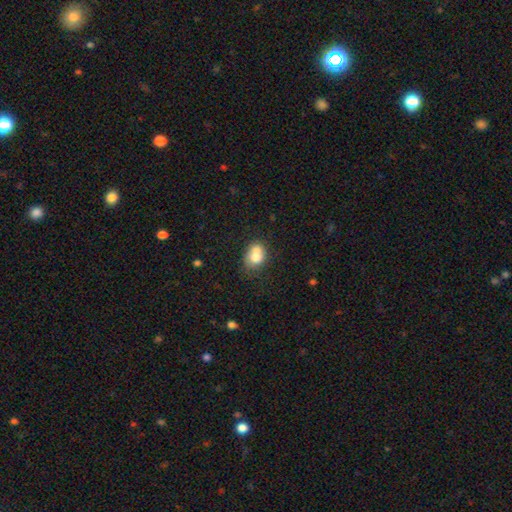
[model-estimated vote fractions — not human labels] This is likely a smooth galaxy (70%). How rounded: possibly in between (54%). Merging: possibly merger (51%).